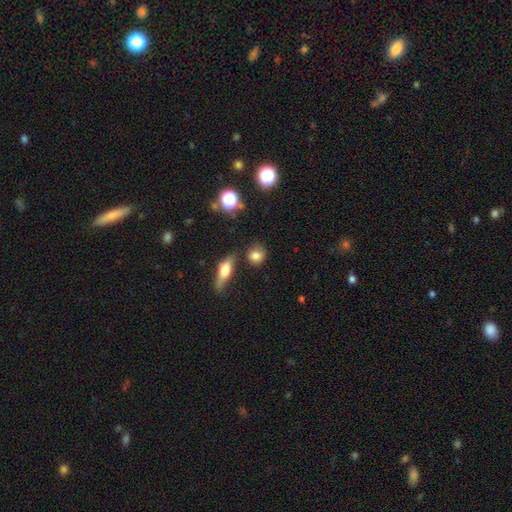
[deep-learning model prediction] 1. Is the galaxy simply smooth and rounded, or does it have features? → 76% smooth, 13% star or artifact, 11% featured or disk.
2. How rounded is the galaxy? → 76% round, 21% in between, 3% cigar-shaped.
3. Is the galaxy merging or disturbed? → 72% none, 16% minor disturbance, 7% merger, 5% major disturbance.